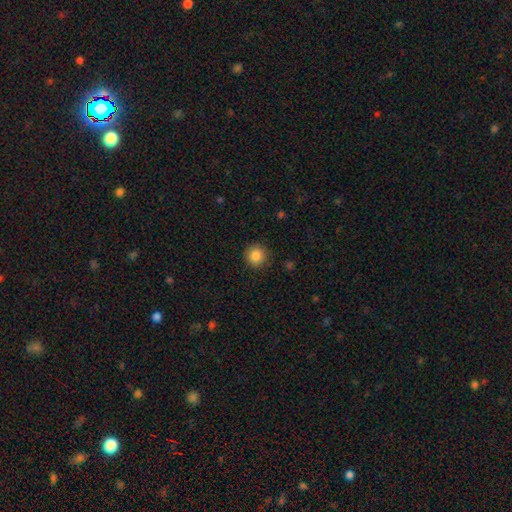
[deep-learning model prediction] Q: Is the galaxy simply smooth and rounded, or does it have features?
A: smooth — 86%.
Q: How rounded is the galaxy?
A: round — 94%.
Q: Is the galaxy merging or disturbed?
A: none — 90%.